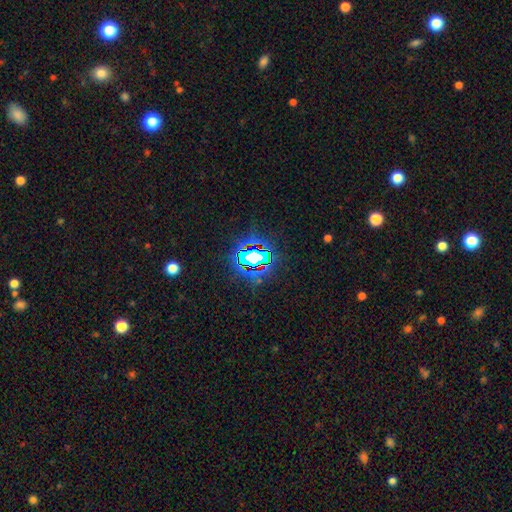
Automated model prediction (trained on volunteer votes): Q: Smooth or featured?
A: star or artifact (72%); runner-up: smooth (16%)